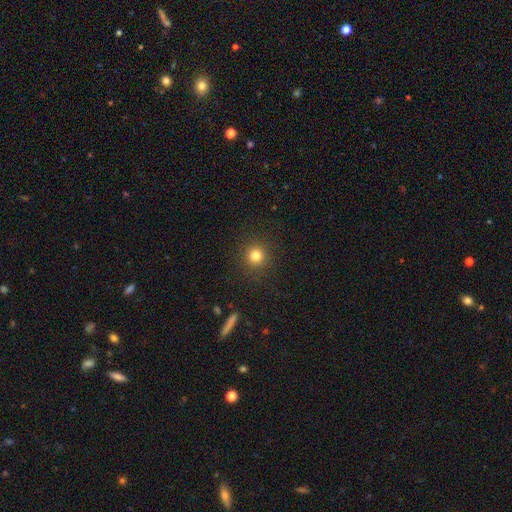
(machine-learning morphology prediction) Smooth or featured?
  - smooth: 81% *
  - star or artifact: 13%
  - featured or disk: 6%
How rounded?
  - round: 94% *
  - in between: 5%
  - cigar-shaped: 1%
Merging?
  - none: 91% *
  - minor disturbance: 6%
  - major disturbance: 3%
  - merger: 1%